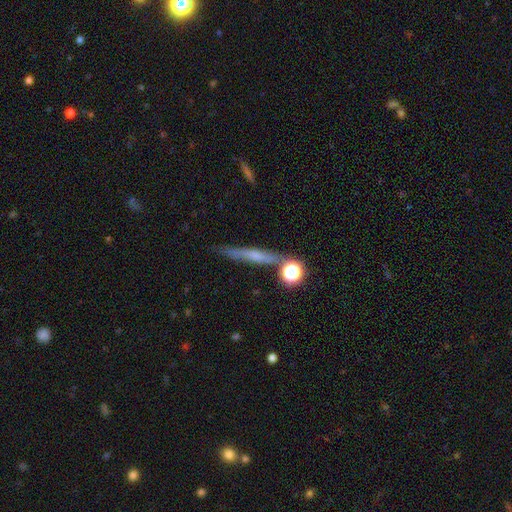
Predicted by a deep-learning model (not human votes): Smooth or featured? Predicted: featured or disk (p=0.46). Merging? Predicted: none (p=0.74).